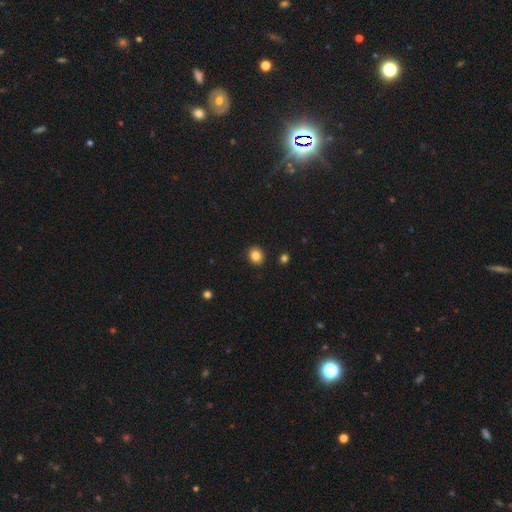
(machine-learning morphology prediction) type=smooth (84%); roundness=round (73%); merging=none (91%).